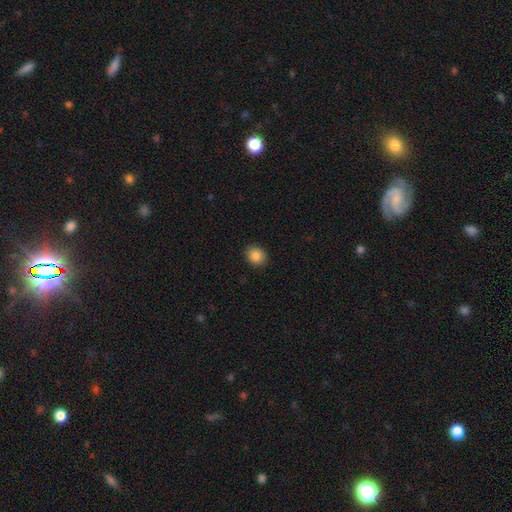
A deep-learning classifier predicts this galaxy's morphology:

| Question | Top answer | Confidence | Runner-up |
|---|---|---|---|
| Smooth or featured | smooth | 85% | star or artifact (10%) |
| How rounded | round | 68% | in between (31%) |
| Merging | none | 90% | minor disturbance (7%) |